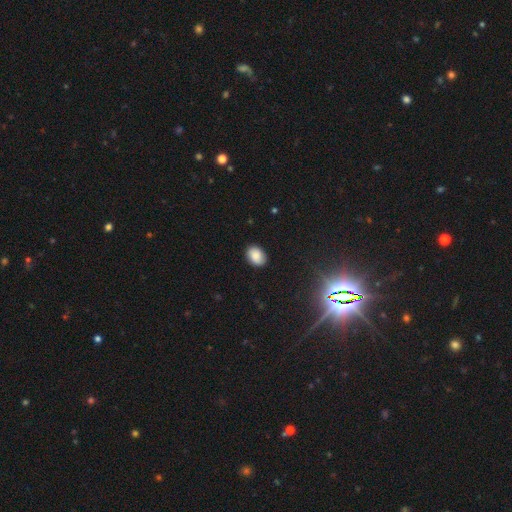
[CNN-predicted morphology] Smooth or featured: smooth — 83% (star or artifact — 9%)
How rounded: in between — 76% (round — 23%)
Merging: none — 86% (minor disturbance — 11%)